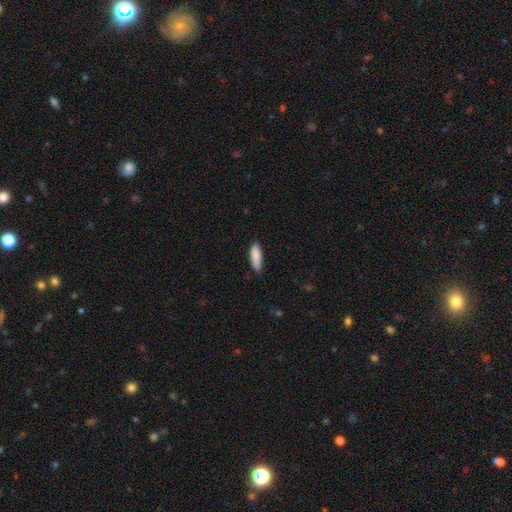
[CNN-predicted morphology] This appears to be a smooth galaxy with no disk features (87%) that is in between round and cigar-shaped (53%). Merging: none (81%).